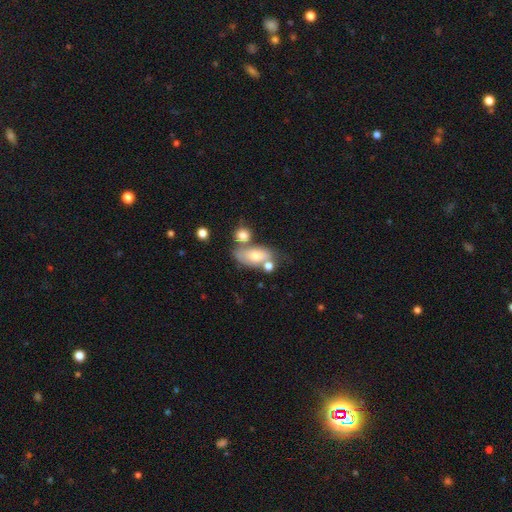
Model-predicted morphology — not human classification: Q: Smooth or featured?
A: smooth (65%); runner-up: featured or disk (27%)
Q: How rounded?
A: in between (84%); runner-up: cigar-shaped (8%)
Q: Merging?
A: none (45%); runner-up: merger (29%)